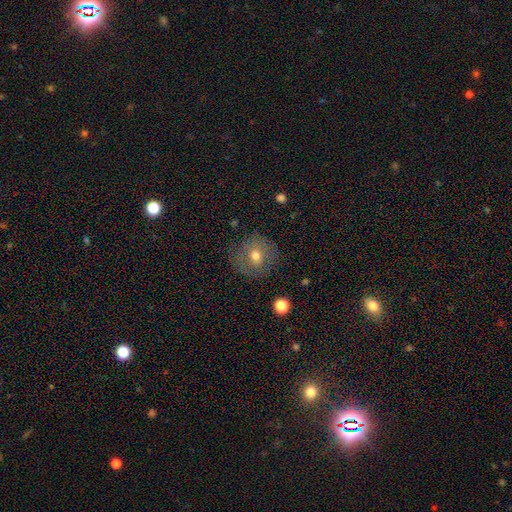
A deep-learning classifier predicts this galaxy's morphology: A smooth galaxy with no disk features (63%) that is round (90%). Merging: none (82%).